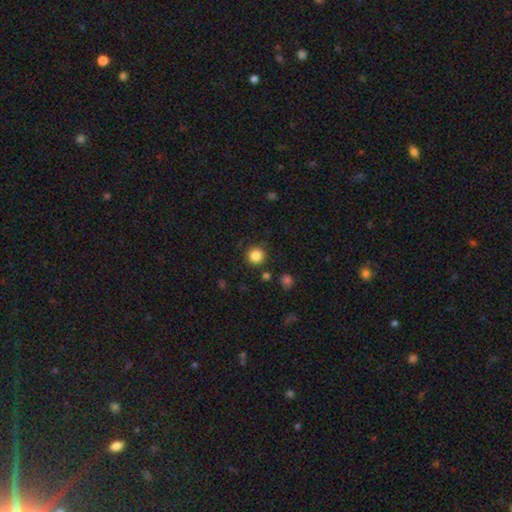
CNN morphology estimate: A smooth galaxy with no disk features (85%) that is round (95%).

Vote fractions:
- Smooth or featured? smooth: 85% / star or artifact: 11% / featured or disk: 4%
- How rounded? round: 95% / in between: 4% / cigar-shaped: 1%
- Merging? none: 88% / minor disturbance: 7% / merger: 3% / major disturbance: 3%